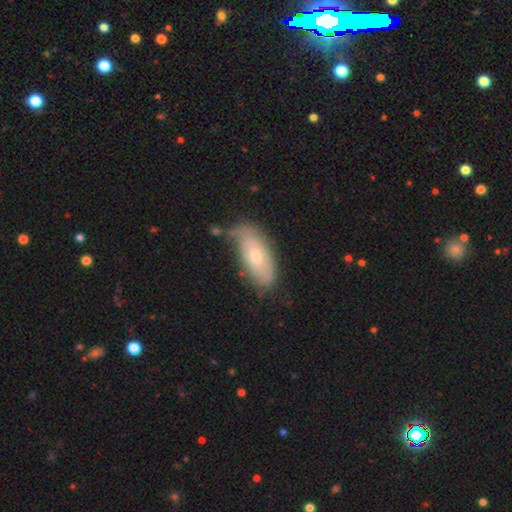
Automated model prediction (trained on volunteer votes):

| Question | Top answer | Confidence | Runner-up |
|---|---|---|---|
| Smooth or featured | smooth | 56% | featured or disk (37%) |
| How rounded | in between | 87% | cigar-shaped (10%) |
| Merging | none | 62% | minor disturbance (26%) |